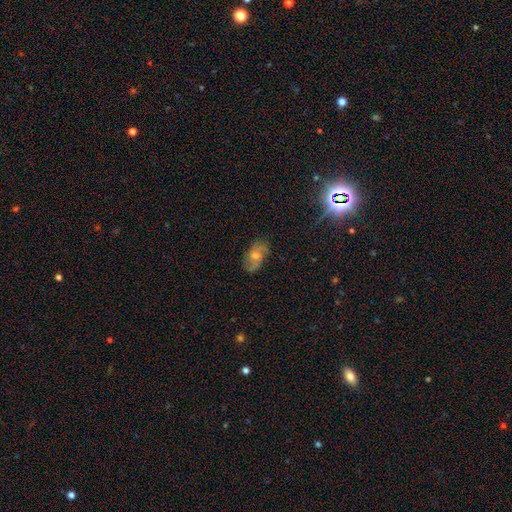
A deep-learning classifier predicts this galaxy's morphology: The model was most divided on "smooth or featured": featured or disk: 47%, smooth: 44%, star or artifact: 10%. More confident: merging — none (73%).